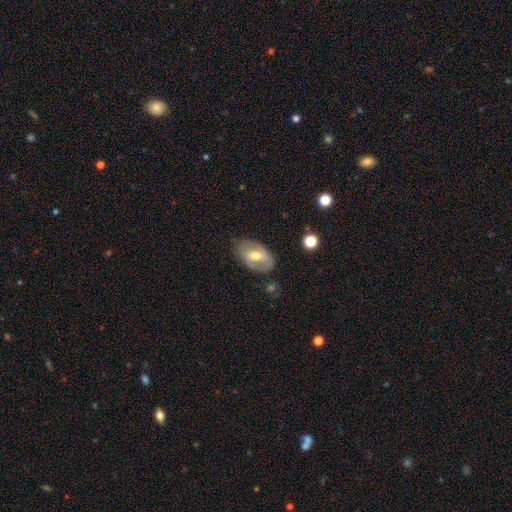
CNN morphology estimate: This appears to be a featured or disk galaxy (54%). Merging: none (70%).